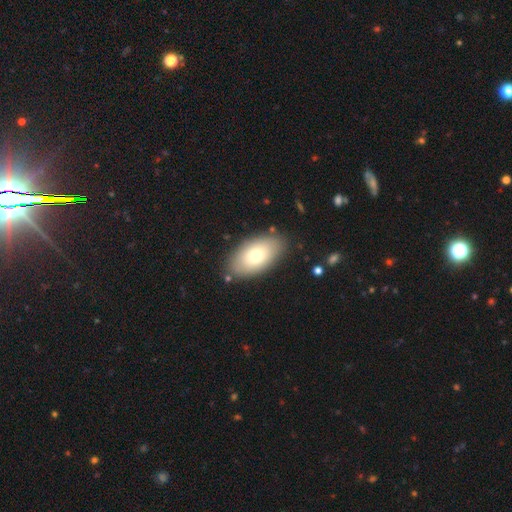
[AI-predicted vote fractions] smooth 73%, featured or disk 20%, star or artifact 7%. Down the decision tree: how rounded — in between (93%); merging — none (83%).